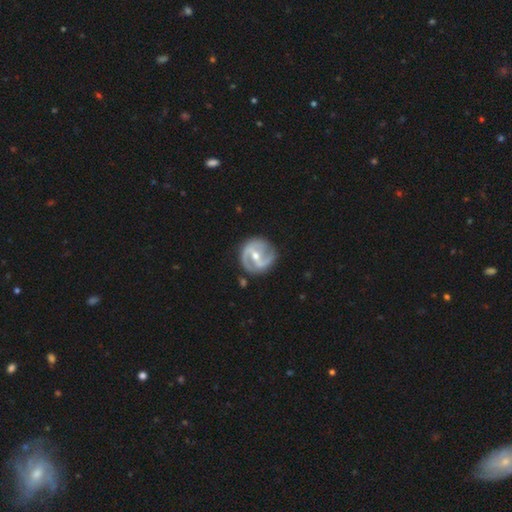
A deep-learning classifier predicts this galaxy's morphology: This appears to be a featured or disk galaxy (88%) with a strong bar (47%), 2 (87%) medium (48%) spiral arms (95%) and a moderate central bulge (55%). Merging: none (79%).